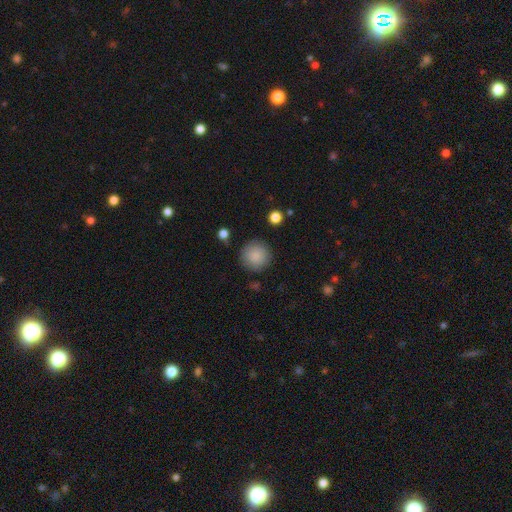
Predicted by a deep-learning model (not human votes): This appears to be a smooth galaxy with no disk features (88%) that is round (95%). Merging: none (88%).